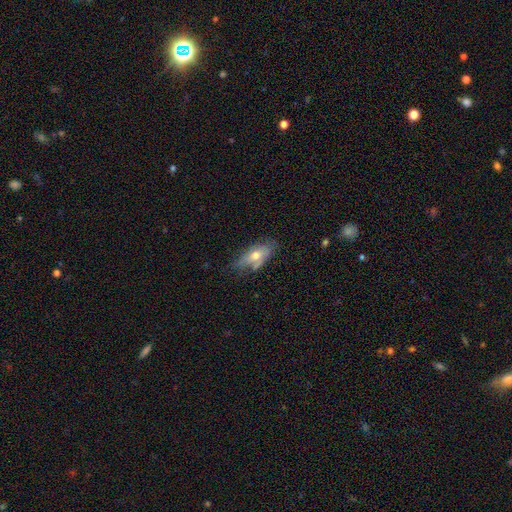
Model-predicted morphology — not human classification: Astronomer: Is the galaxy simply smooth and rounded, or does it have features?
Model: smooth — 54% (runner-up: featured or disk, 38%).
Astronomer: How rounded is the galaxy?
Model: in between — 80%.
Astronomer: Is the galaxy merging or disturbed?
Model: none — 55% (runner-up: minor disturbance, 30%).